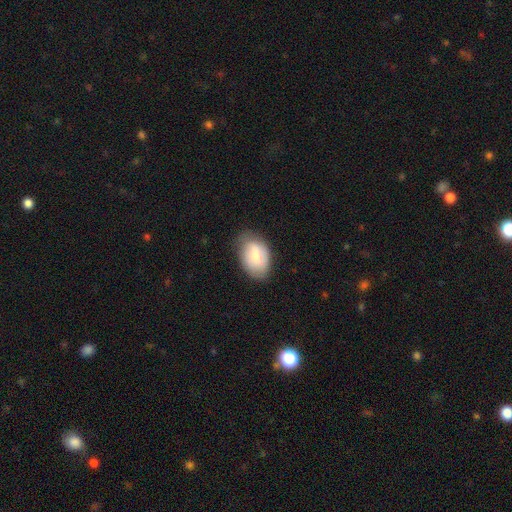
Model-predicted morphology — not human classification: A smooth galaxy with no disk features (72%) that is in between round and cigar-shaped (87%).

Vote fractions:
- Smooth or featured? smooth: 72% / featured or disk: 22% / star or artifact: 6%
- How rounded? in between: 87% / round: 11% / cigar-shaped: 1%
- Merging? none: 71% / minor disturbance: 23% / major disturbance: 5% / merger: 1%